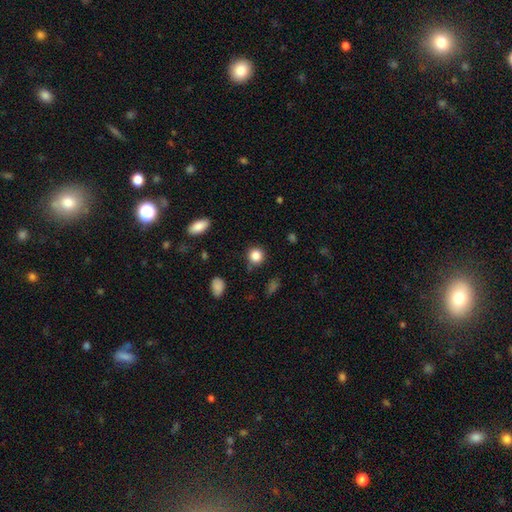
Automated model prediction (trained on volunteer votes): Q: Smooth or featured?
A: smooth (85%); runner-up: star or artifact (11%)
Q: How rounded?
A: round (89%); runner-up: in between (10%)
Q: Merging?
A: none (85%); runner-up: minor disturbance (10%)